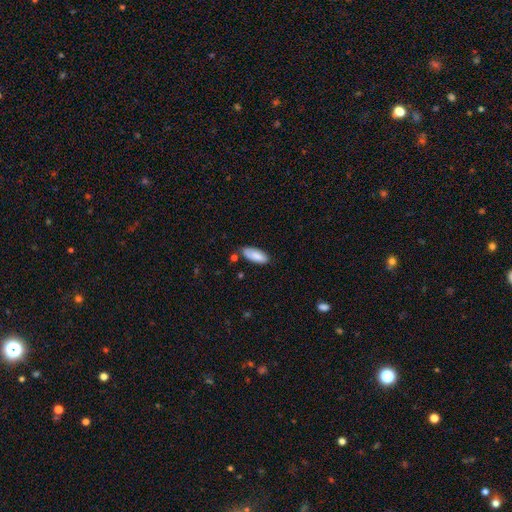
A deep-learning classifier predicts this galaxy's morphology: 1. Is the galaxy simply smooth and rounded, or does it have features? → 80% smooth, 14% featured or disk, 6% star or artifact.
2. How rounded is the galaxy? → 83% in between, 15% cigar-shaped, 2% round.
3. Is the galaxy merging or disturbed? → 70% none, 21% minor disturbance, 4% merger, 4% major disturbance.